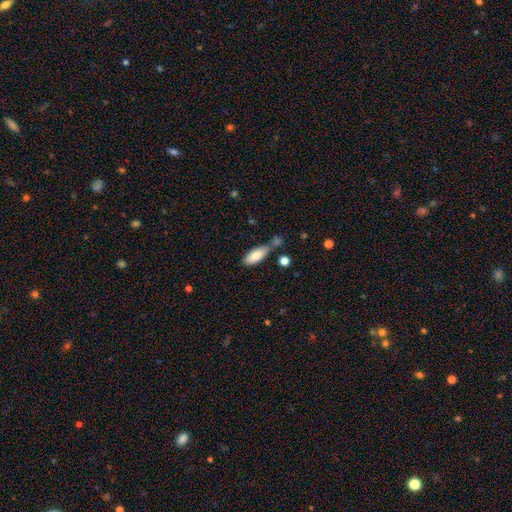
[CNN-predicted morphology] Overall: smooth (82%). How rounded: in between (80%). Merging: none (59%; minor disturbance 20%).